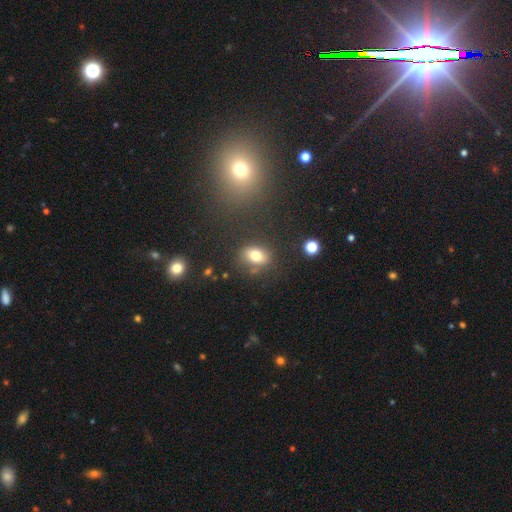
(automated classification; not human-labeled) Smooth or featured? smooth (77%)
How rounded? in between (73%)
Merging? none (73%)